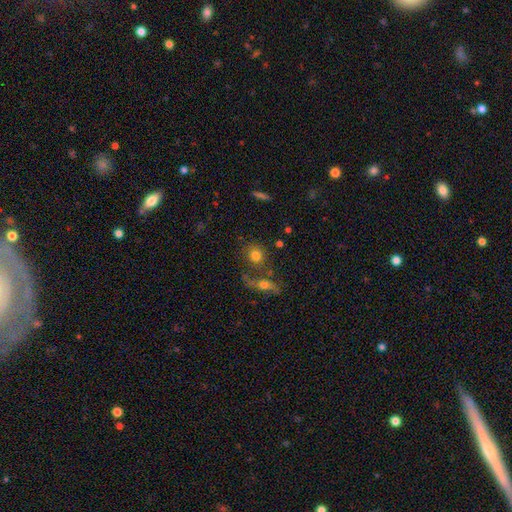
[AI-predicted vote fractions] smooth 74%, featured or disk 14%, star or artifact 12%. Down the decision tree: how rounded — round (75%); merging — none (60%).